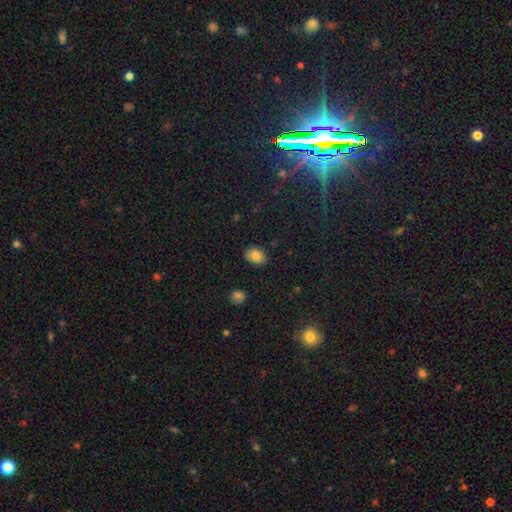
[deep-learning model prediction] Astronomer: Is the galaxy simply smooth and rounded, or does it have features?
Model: smooth — 82%.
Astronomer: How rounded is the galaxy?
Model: in between — 76%.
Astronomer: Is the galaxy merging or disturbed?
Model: none — 85%.